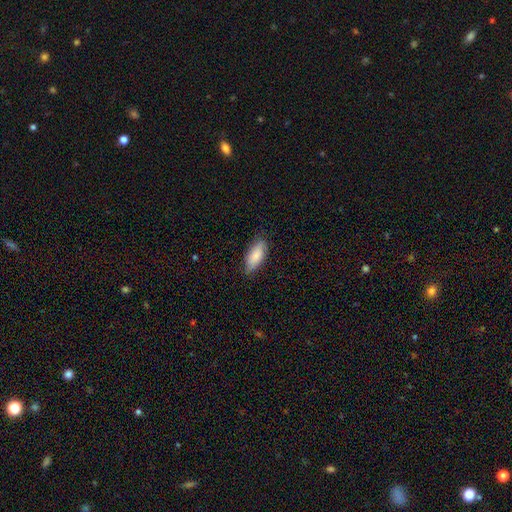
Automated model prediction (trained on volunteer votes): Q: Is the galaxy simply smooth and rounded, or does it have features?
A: smooth — 85%.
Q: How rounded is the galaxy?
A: in between — 82%.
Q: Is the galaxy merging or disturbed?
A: none — 80%.